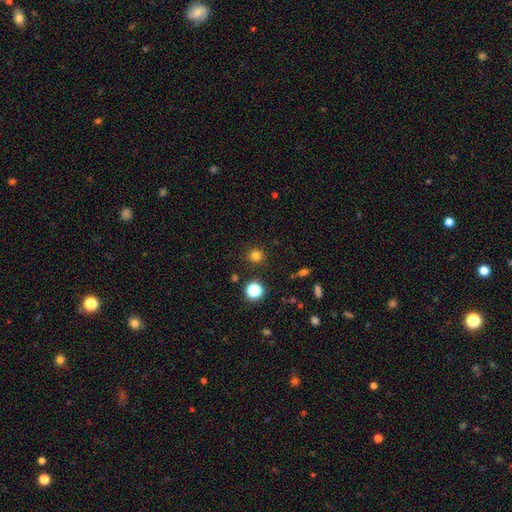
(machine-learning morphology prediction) Smooth or featured? Predicted: smooth (p=0.78). How rounded? Predicted: round (p=0.93). Merging? Predicted: none (p=0.90).